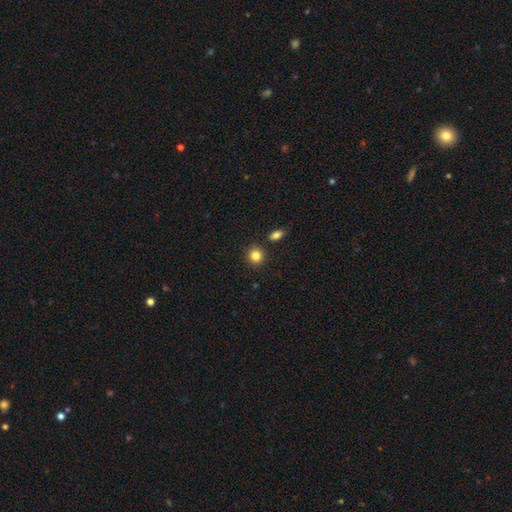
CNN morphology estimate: type=smooth (84%); roundness=round (89%); merging=none (86%).